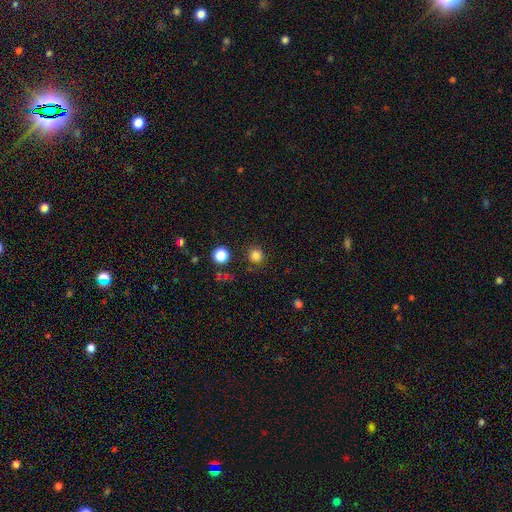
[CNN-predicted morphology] smooth_or_featured: smooth (p=0.83) [alt: star or artifact p=0.13]
how_rounded: round (p=0.91) [alt: in between p=0.08]
merging: none (p=0.86) [alt: minor disturbance p=0.08]